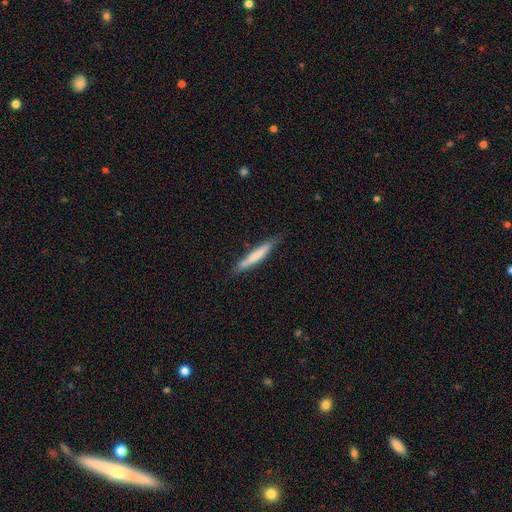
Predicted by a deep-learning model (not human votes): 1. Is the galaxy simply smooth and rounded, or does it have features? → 67% smooth, 28% featured or disk, 6% star or artifact.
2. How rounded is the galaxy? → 93% cigar-shaped, 5% in between, 1% round.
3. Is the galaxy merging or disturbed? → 82% none, 14% minor disturbance, 2% major disturbance, 2% merger.